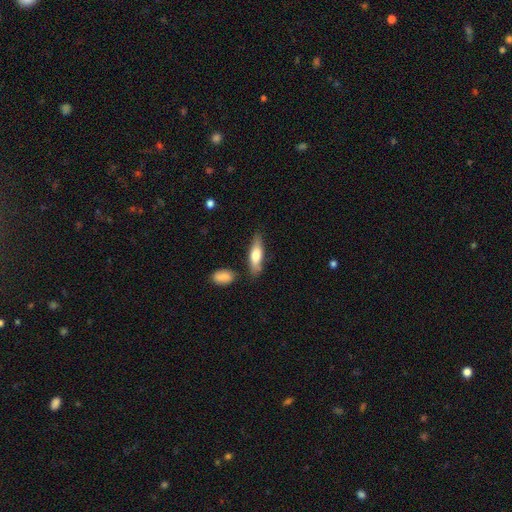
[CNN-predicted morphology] This is likely a smooth galaxy (65%). How rounded: possibly cigar-shaped (53%). Merging: likely none (75%).